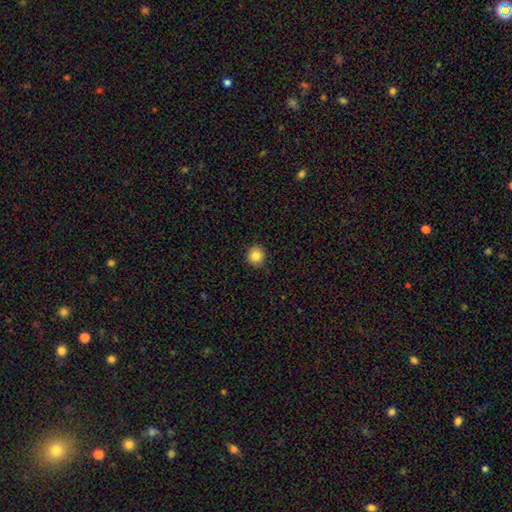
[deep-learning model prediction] Smooth or featured?
  - smooth: 85% *
  - star or artifact: 10%
  - featured or disk: 5%
How rounded?
  - round: 92% *
  - in between: 7%
  - cigar-shaped: 1%
Merging?
  - none: 92% *
  - minor disturbance: 6%
  - major disturbance: 2%
  - merger: 1%